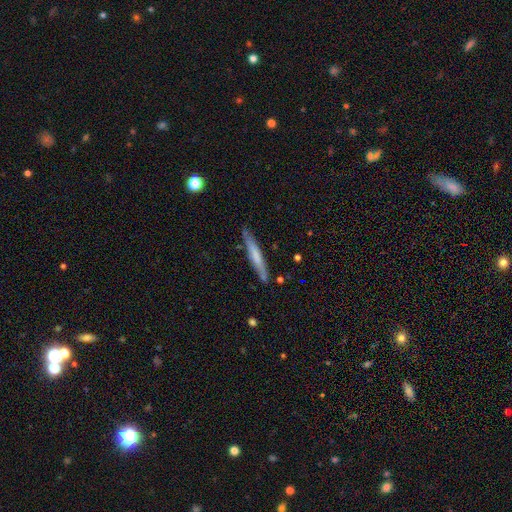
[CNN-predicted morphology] Smooth or featured? smooth (56%)
How rounded? cigar-shaped (95%)
Merging? none (84%)